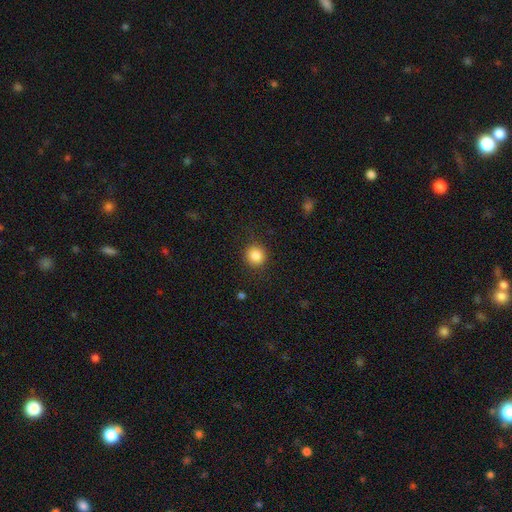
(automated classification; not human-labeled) Smooth or featured? Predicted: smooth (p=0.86). How rounded? Predicted: round (p=0.91). Merging? Predicted: none (p=0.88).